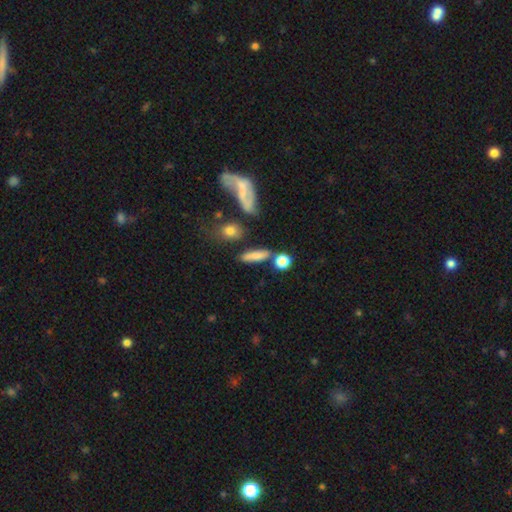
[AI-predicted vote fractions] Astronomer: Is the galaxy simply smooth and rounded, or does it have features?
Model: smooth — 73%.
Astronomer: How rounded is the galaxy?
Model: cigar-shaped — 60%.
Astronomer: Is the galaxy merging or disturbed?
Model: none — 67%.